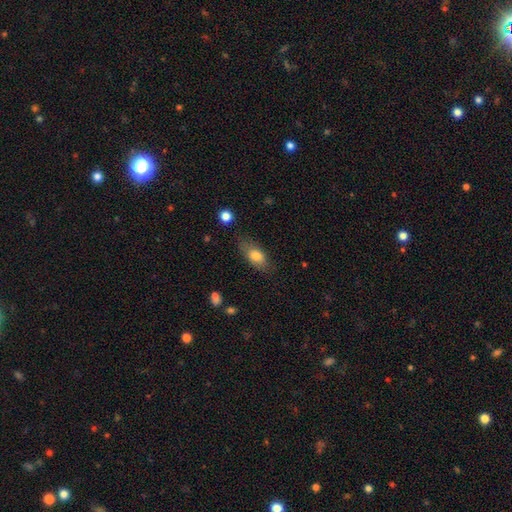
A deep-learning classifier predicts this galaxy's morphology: Q: Smooth or featured?
A: smooth (78%); runner-up: featured or disk (15%)
Q: How rounded?
A: in between (82%); runner-up: cigar-shaped (11%)
Q: Merging?
A: none (72%); runner-up: minor disturbance (20%)